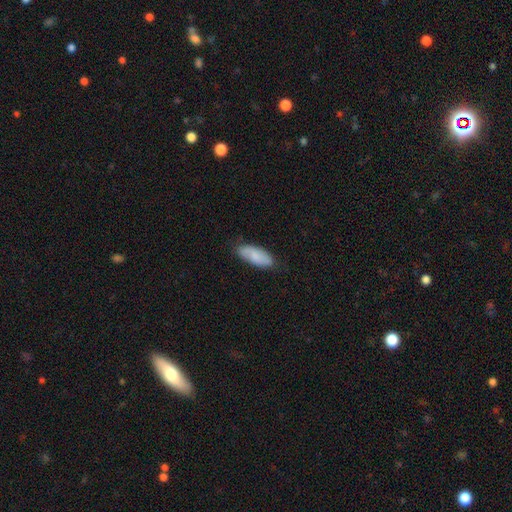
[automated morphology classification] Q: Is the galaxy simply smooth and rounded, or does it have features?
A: smooth — 78%.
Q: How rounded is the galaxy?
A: in between — 81%.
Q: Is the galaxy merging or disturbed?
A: none — 78%.